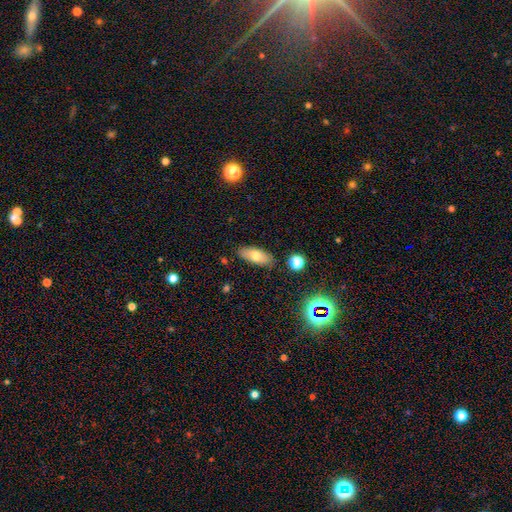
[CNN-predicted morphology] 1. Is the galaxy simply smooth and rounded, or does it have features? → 71% smooth, 20% featured or disk, 8% star or artifact.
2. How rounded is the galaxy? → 84% in between, 13% cigar-shaped, 3% round.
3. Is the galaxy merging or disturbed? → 84% none, 11% minor disturbance, 2% major disturbance, 2% merger.